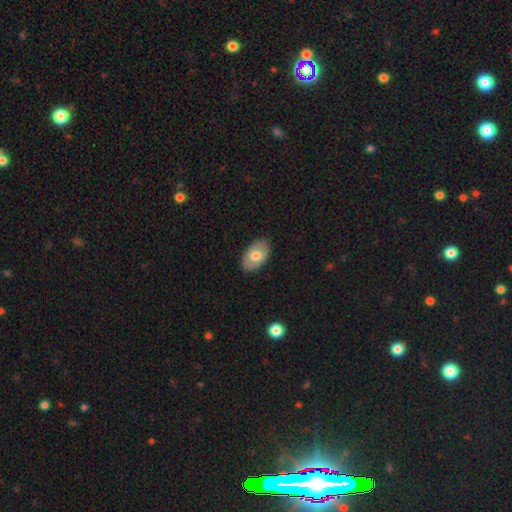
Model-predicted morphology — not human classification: smooth 65%, featured or disk 29%, star or artifact 6%. Down the decision tree: how rounded — in between (91%); merging — none (86%).